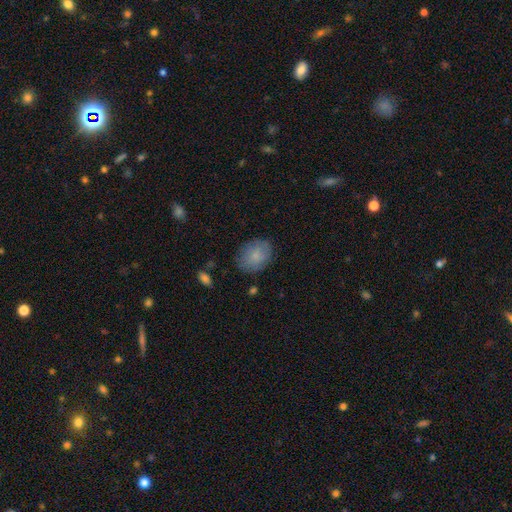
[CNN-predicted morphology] This appears to be a smooth galaxy with no disk features (82%) that is in between round and cigar-shaped (65%). Merging: none (79%).